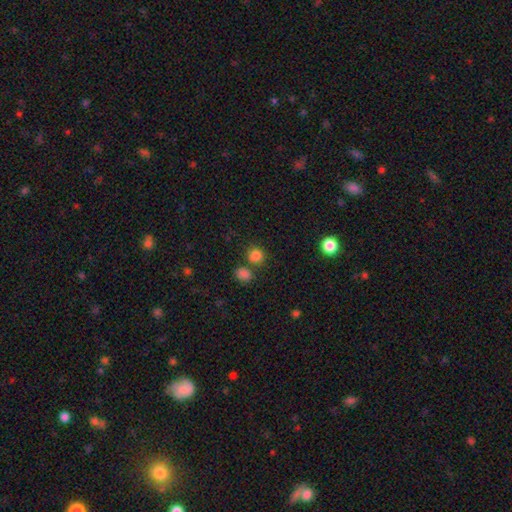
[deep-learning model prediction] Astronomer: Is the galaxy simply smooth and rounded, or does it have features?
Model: smooth — 82%.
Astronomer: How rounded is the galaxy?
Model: round — 84%.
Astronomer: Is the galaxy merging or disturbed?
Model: none — 69%.